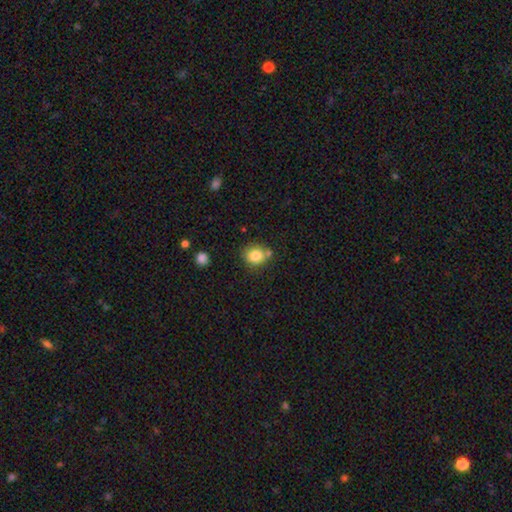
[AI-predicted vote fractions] Overall: smooth (81%). How rounded: round (78%). Merging: none (69%).